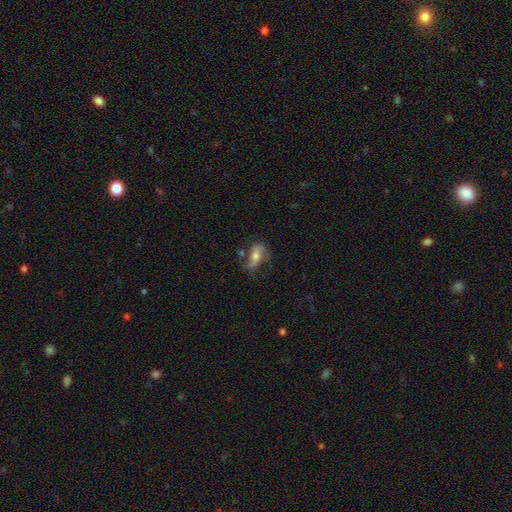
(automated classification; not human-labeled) Smooth or featured?
  - featured or disk: 49% *
  - smooth: 42%
  - star or artifact: 9%
Merging?
  - none: 49% *
  - minor disturbance: 26%
  - major disturbance: 17%
  - merger: 7%